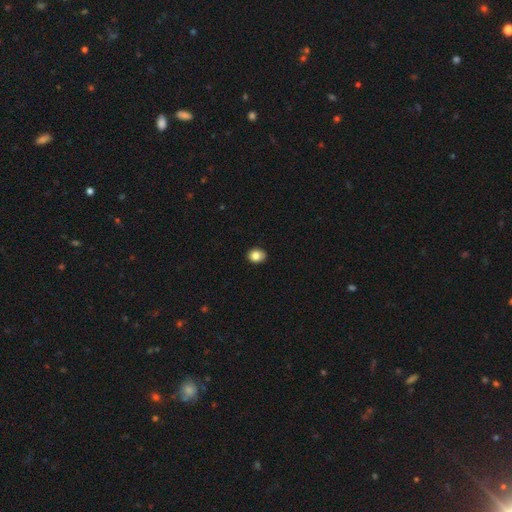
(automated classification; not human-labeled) Smooth or featured?
  - smooth: 83% *
  - star or artifact: 9%
  - featured or disk: 8%
How rounded?
  - round: 54% *
  - in between: 45%
  - cigar-shaped: 1%
Merging?
  - none: 86% *
  - minor disturbance: 11%
  - major disturbance: 2%
  - merger: 1%